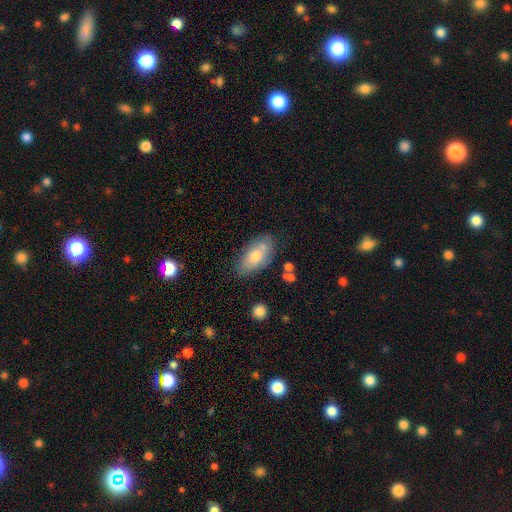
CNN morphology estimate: This appears to be a smooth galaxy with no disk features (71%) that is in between round and cigar-shaped (91%). Merging: none (76%).